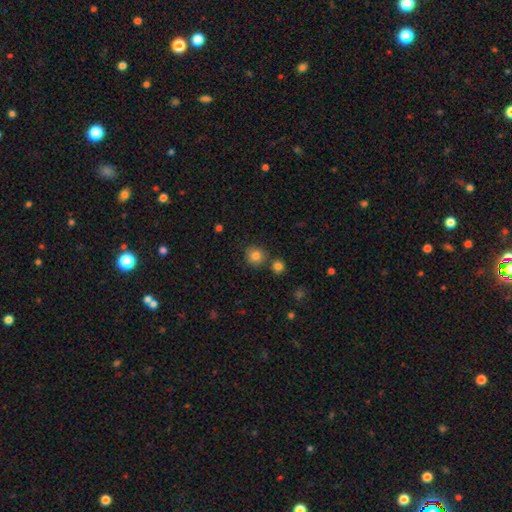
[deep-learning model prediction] This is clearly a smooth galaxy (83%). How rounded: clearly round (89%). Merging: likely none (76%).